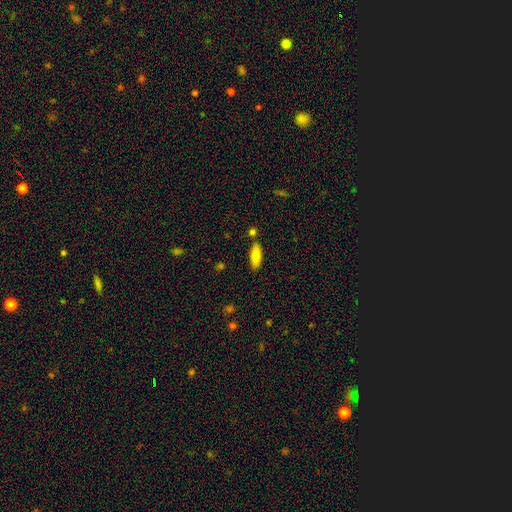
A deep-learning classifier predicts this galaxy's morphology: The model was most divided on "how rounded": in between: 65%, cigar-shaped: 33%, round: 2%. More confident: smooth or featured — smooth (82%); merging — none (79%).